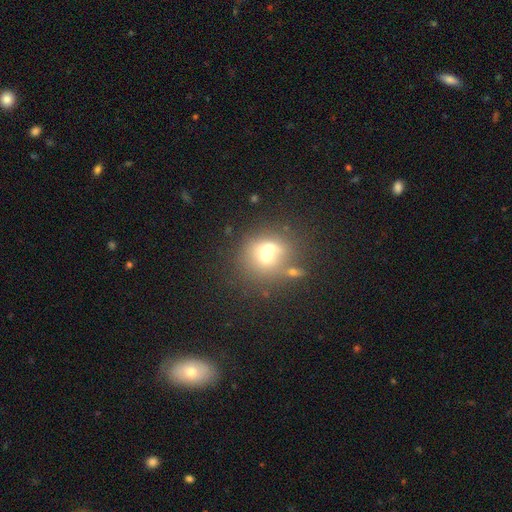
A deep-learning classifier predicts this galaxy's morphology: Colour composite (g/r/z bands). It shows a smooth galaxy with no disk features (57%) that is round (75%). Merging: none (46%).